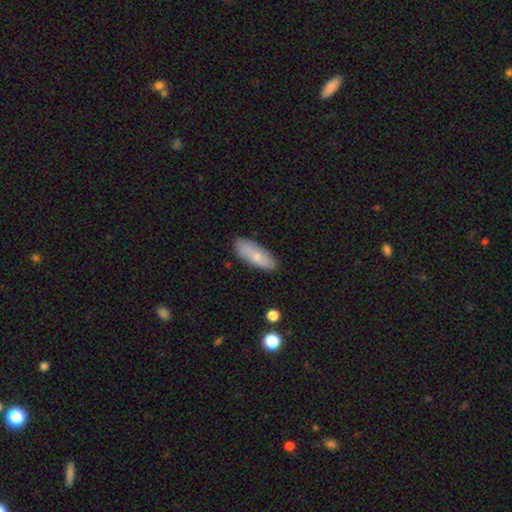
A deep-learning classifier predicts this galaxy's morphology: Smooth or featured? Predicted: smooth (p=0.74). How rounded? Predicted: in between (p=0.68). Merging? Predicted: none (p=0.85).